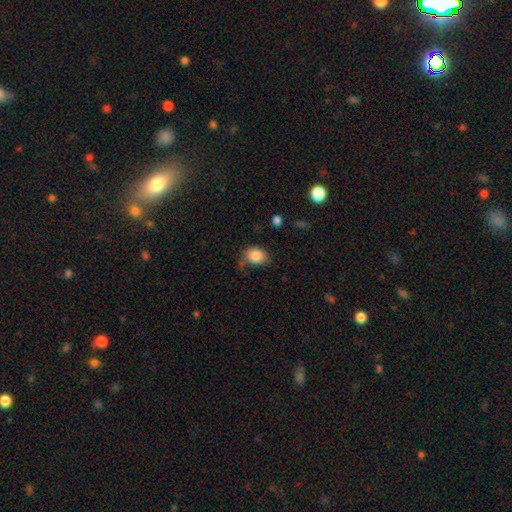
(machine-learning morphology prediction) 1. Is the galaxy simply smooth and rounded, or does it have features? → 85% smooth, 9% star or artifact, 6% featured or disk.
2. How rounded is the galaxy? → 56% in between, 43% round, 1% cigar-shaped.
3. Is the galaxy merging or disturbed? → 61% none, 27% minor disturbance, 8% major disturbance, 5% merger.